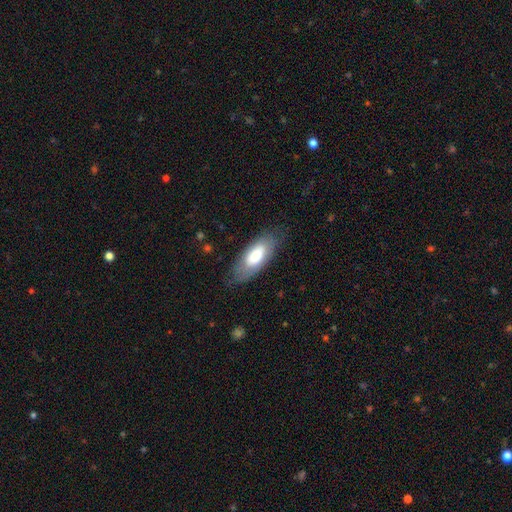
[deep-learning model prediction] This appears to be a smooth galaxy with no disk features (72%) that is in between round and cigar-shaped (83%). Merging: none (75%).